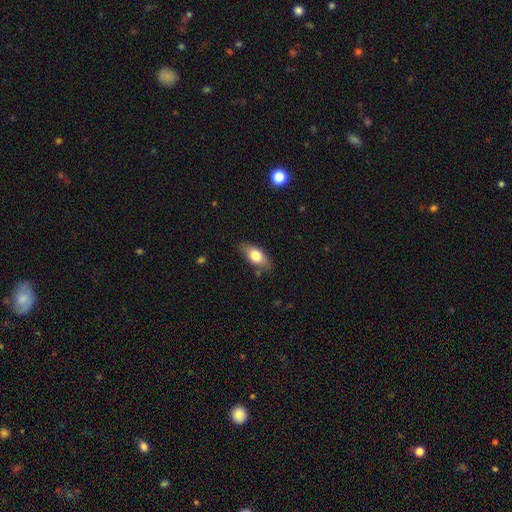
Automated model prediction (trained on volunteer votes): Overall: smooth (73%). How rounded: in between (85%). Merging: none (80%).